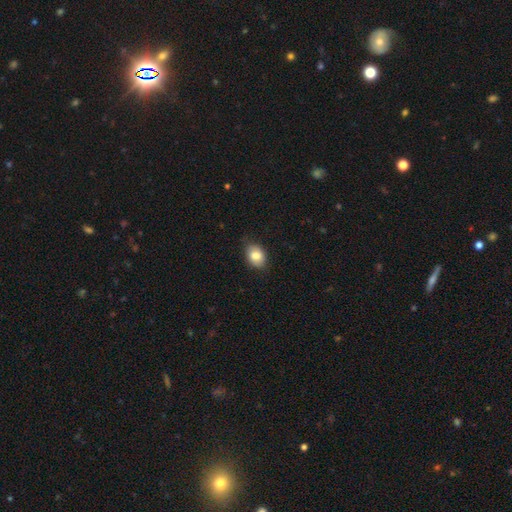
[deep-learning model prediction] Q: Smooth or featured?
A: smooth (84%); runner-up: featured or disk (9%)
Q: How rounded?
A: in between (79%); runner-up: round (20%)
Q: Merging?
A: none (83%); runner-up: minor disturbance (14%)